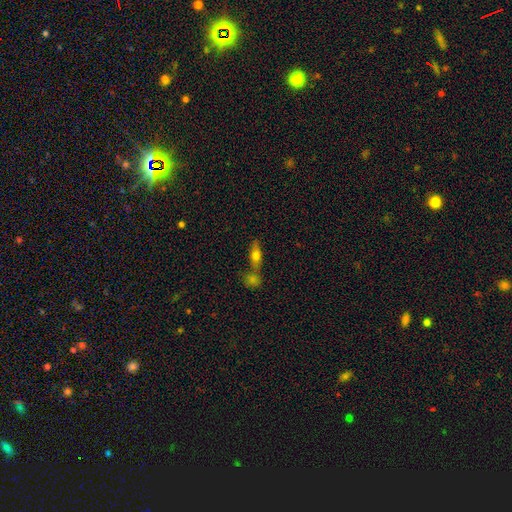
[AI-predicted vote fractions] smooth-or-featured: smooth: 59% | featured or disk: 32% | star or artifact: 9%
  how-rounded: in between: 51% | cigar-shaped: 42% | round: 6%
  merging: none: 51% | merger: 35% | minor disturbance: 10% | major disturbance: 4%